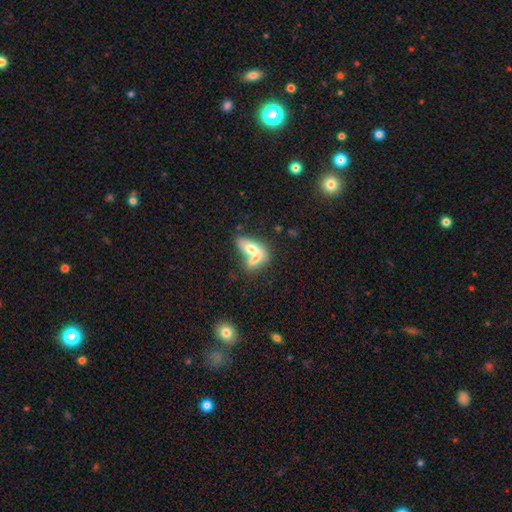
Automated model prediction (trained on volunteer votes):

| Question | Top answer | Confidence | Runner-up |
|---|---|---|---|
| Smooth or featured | smooth | 64% | featured or disk (29%) |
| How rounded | in between | 79% | cigar-shaped (14%) |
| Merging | merger | 65% | none (20%) |